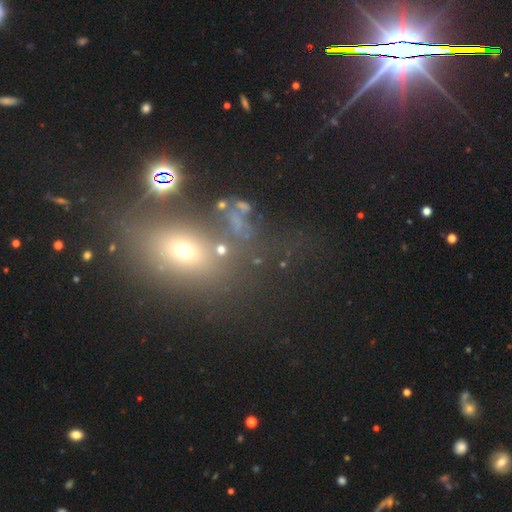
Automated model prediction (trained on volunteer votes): The model was most divided on "smooth or featured": smooth: 44%, star or artifact: 40%, featured or disk: 16%. More confident: merging — none (62%).